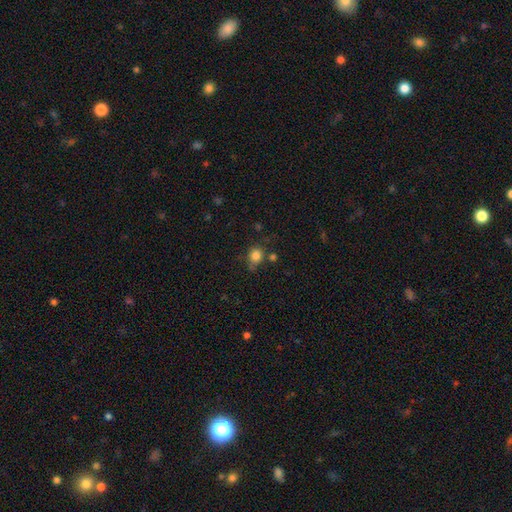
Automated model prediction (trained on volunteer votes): Overall: smooth (83%). How rounded: round (74%). Merging: none (64%).